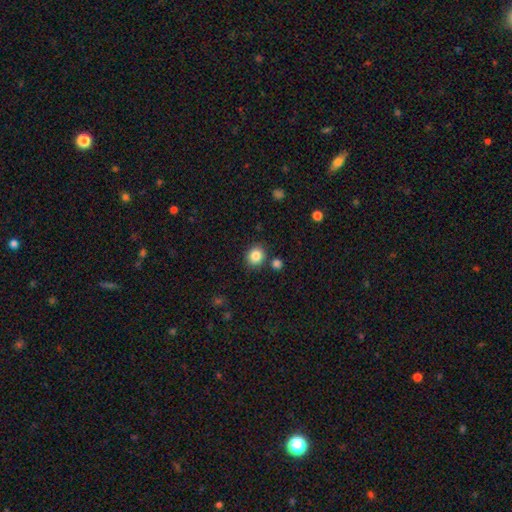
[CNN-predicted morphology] Smooth or featured?
  - smooth: 85% *
  - star or artifact: 10%
  - featured or disk: 5%
How rounded?
  - round: 78% *
  - in between: 21%
  - cigar-shaped: 1%
Merging?
  - none: 82% *
  - minor disturbance: 9%
  - merger: 6%
  - major disturbance: 3%